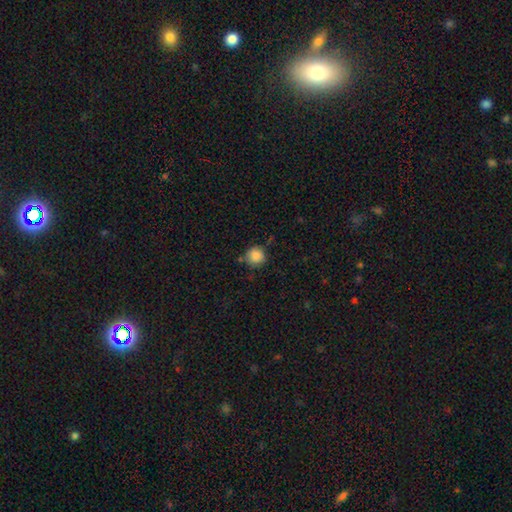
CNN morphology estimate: Smooth or featured: smooth — 87% (star or artifact — 9%)
How rounded: round — 93% (in between — 6%)
Merging: none — 77% (minor disturbance — 15%)